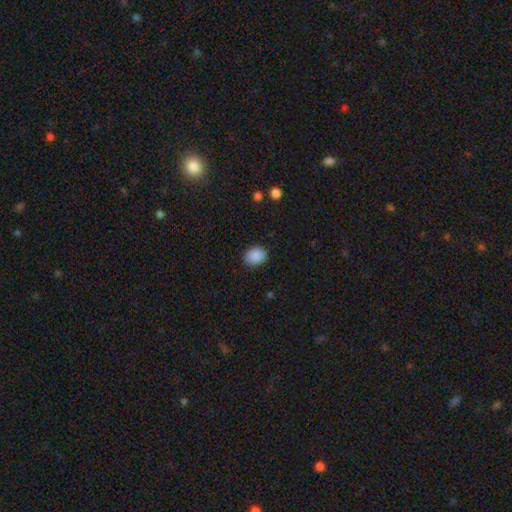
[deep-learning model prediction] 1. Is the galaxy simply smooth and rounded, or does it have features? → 89% smooth, 8% star or artifact, 3% featured or disk.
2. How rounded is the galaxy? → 51% round, 49% in between, 1% cigar-shaped.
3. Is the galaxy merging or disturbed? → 86% none, 10% minor disturbance, 2% major disturbance, 1% merger.